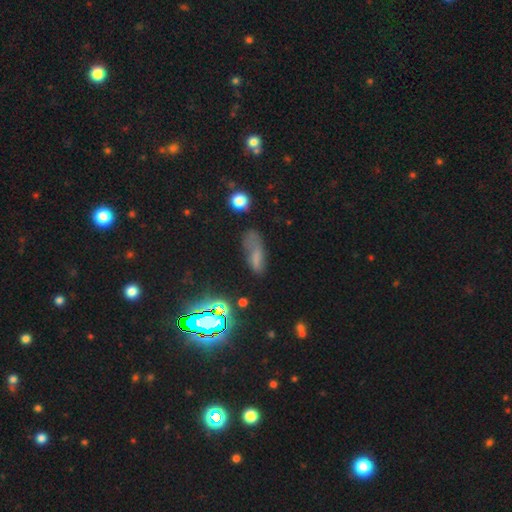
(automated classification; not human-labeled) A smooth galaxy with no disk features (55%) that is in between round and cigar-shaped (61%). Merging: none (45%).